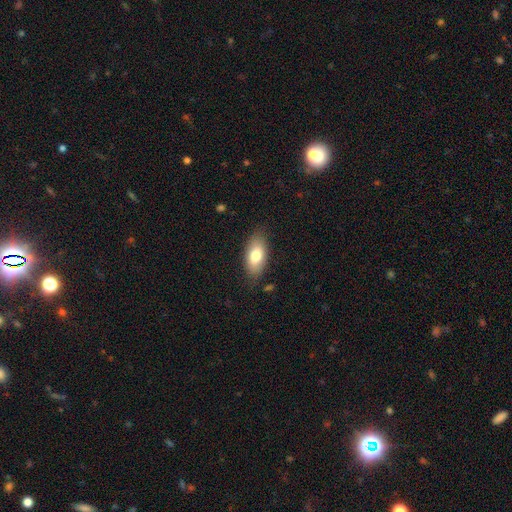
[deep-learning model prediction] Smooth or featured? Predicted: smooth (p=0.77). How rounded? Predicted: in between (p=0.90). Merging? Predicted: none (p=0.82).